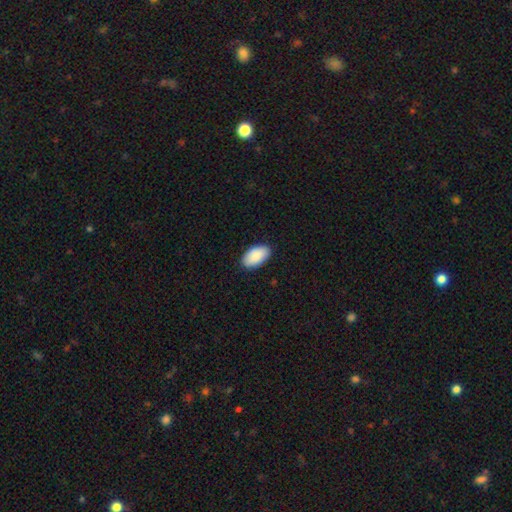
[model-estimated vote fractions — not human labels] Smooth or featured? Predicted: smooth (p=0.91). How rounded? Predicted: in between (p=0.95). Merging? Predicted: none (p=0.88).